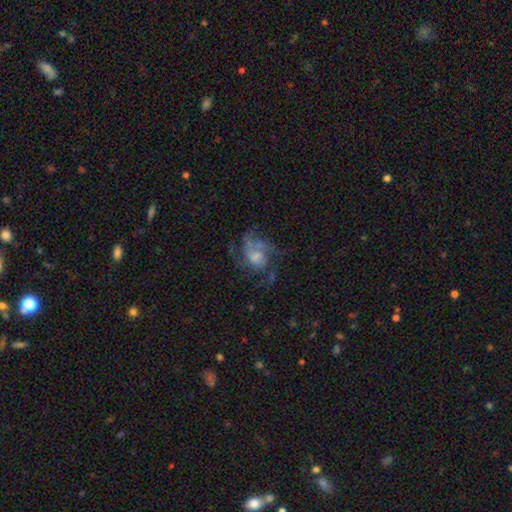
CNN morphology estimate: This is likely a featured or disk galaxy (73%). It is clearly not viewed edge-on (98%). Bar: likely no (67%). Spiral arm pattern: clearly yes (86%). Spiral arm count: marginally 3 (31%). Spiral winding: possibly medium (47%). Central bulge: marginally moderate (41%). Merging: possibly none (46%).